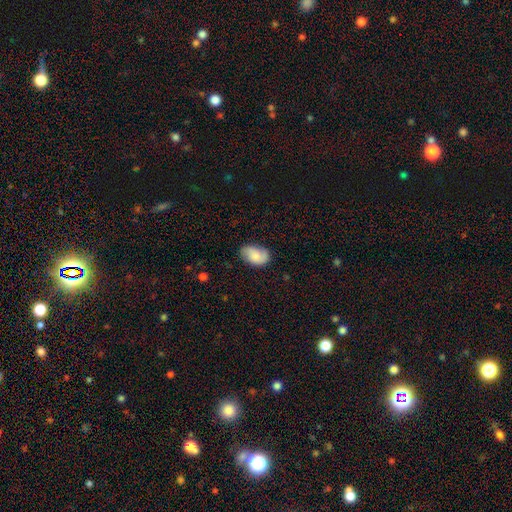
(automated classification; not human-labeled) Morphology: type=smooth (70%); roundness=in between (90%); merging=none (72%).